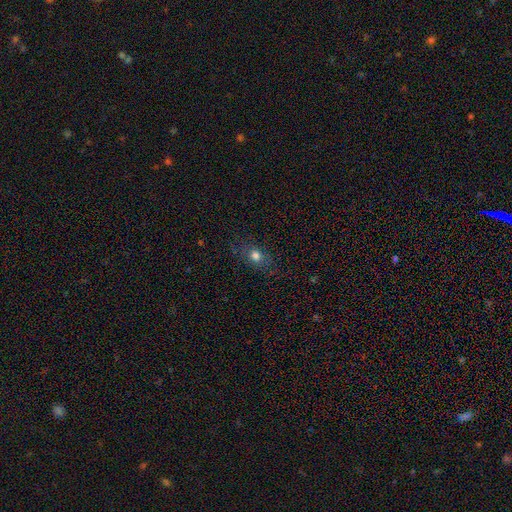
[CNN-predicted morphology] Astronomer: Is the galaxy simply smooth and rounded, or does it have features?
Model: smooth — 74%.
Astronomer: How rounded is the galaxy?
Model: in between — 53% (runner-up: round, 44%).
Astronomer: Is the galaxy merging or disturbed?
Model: none — 78%.